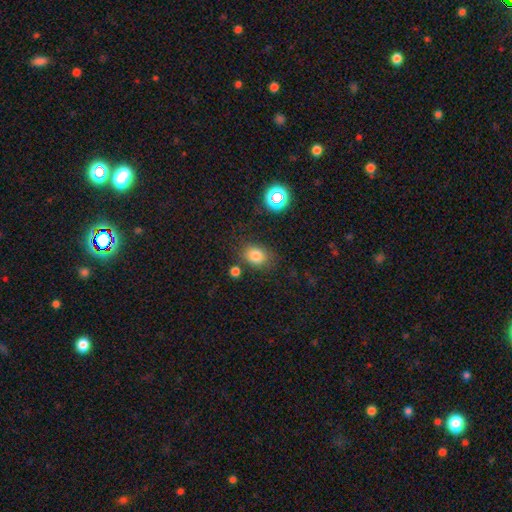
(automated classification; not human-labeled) Overall: smooth (78%). How rounded: in between (51%; round 48%). Merging: none (74%).